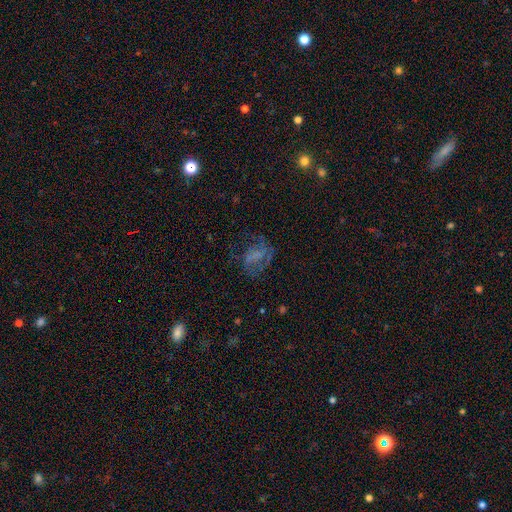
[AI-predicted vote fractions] This appears to be a featured or disk galaxy (46%). Merging: none (47%).